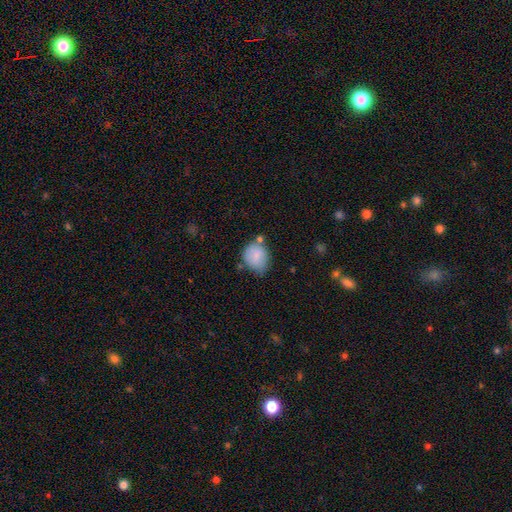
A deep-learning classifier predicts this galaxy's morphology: The model was most divided on "merging": none: 53%, minor disturbance: 30%, merger: 10%, major disturbance: 7%. More confident: smooth or featured — smooth (79%); how rounded — round (64%).